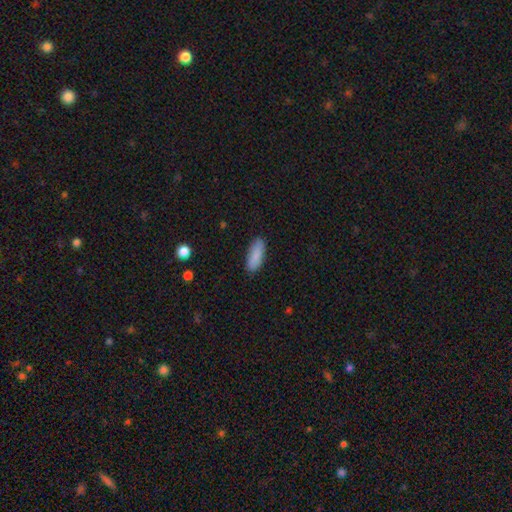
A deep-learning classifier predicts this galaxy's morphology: Smooth or featured: smooth — 89% (star or artifact — 6%)
How rounded: in between — 67% (cigar-shaped — 31%)
Merging: none — 85% (minor disturbance — 11%)